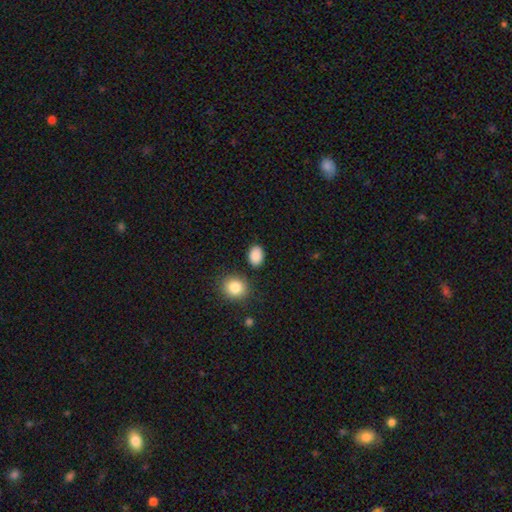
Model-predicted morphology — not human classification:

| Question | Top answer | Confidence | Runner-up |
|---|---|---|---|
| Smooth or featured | smooth | 88% | star or artifact (8%) |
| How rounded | in between | 72% | round (26%) |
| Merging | none | 84% | minor disturbance (9%) |